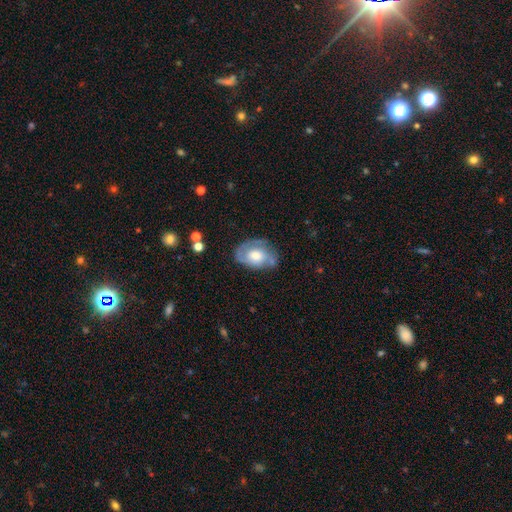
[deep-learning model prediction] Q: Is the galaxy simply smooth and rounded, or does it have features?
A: featured or disk — 59%.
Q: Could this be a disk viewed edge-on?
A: no — 95%.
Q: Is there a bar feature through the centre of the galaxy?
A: no — 76%.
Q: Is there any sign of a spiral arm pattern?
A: yes — 73%.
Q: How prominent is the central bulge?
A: moderate — 59%.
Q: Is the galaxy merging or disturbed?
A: none — 60%.